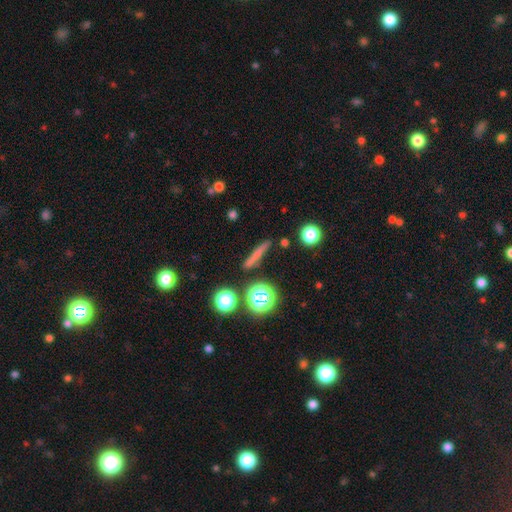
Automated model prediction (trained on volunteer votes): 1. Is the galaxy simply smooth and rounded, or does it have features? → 60% smooth, 26% featured or disk, 14% star or artifact.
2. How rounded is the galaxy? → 85% cigar-shaped, 9% round, 6% in between.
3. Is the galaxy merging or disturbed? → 85% none, 9% minor disturbance, 3% merger, 3% major disturbance.